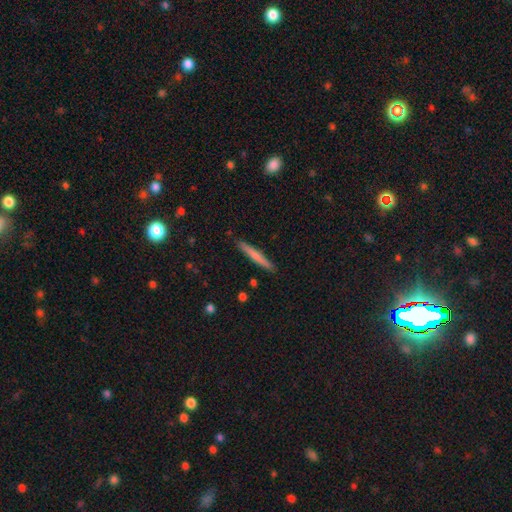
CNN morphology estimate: smooth_or_featured: smooth (p=0.65) [alt: featured or disk p=0.29]
how_rounded: cigar-shaped (p=0.96) [alt: in between p=0.03]
merging: none (p=0.90) [alt: minor disturbance p=0.07]